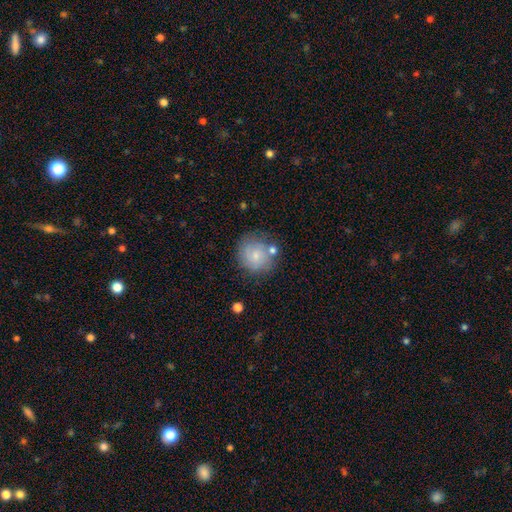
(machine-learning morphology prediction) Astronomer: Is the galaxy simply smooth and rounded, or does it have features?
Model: smooth — 54% (runner-up: featured or disk, 38%).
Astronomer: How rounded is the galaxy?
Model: round — 88%.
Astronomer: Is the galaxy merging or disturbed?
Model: none — 66%.